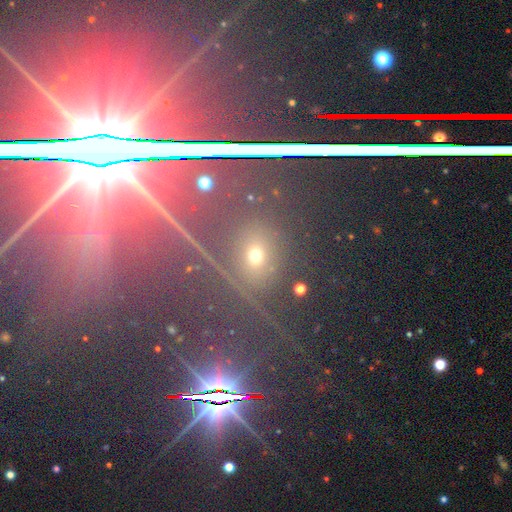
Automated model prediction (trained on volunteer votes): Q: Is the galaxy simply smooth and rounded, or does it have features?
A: star or artifact — 63%.